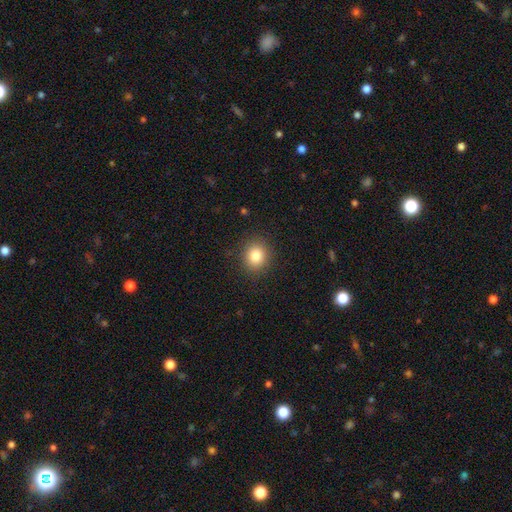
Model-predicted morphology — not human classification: A smooth galaxy with no disk features (83%) that is round (79%).

Vote fractions:
- Smooth or featured? smooth: 83% / star or artifact: 11% / featured or disk: 7%
- How rounded? round: 79% / in between: 21% / cigar-shaped: 1%
- Merging? none: 89% / minor disturbance: 7% / major disturbance: 3% / merger: 1%